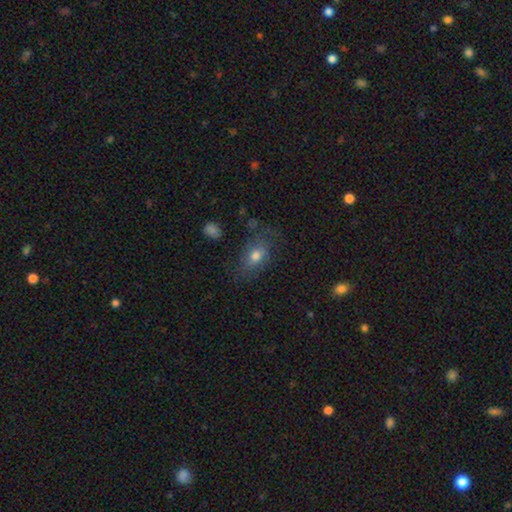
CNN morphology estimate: Q: Smooth or featured?
A: smooth (71%); runner-up: featured or disk (18%)
Q: How rounded?
A: in between (78%); runner-up: round (19%)
Q: Merging?
A: none (65%); runner-up: minor disturbance (22%)